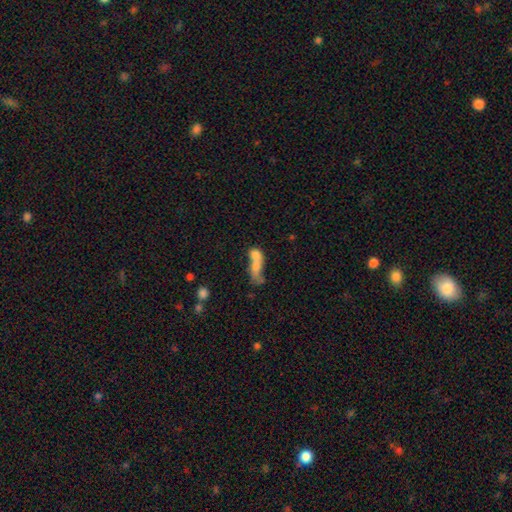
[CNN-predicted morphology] Q: Smooth or featured?
A: smooth (64%); runner-up: featured or disk (25%)
Q: How rounded?
A: in between (59%); runner-up: cigar-shaped (23%)
Q: Merging?
A: merger (65%); runner-up: none (15%)